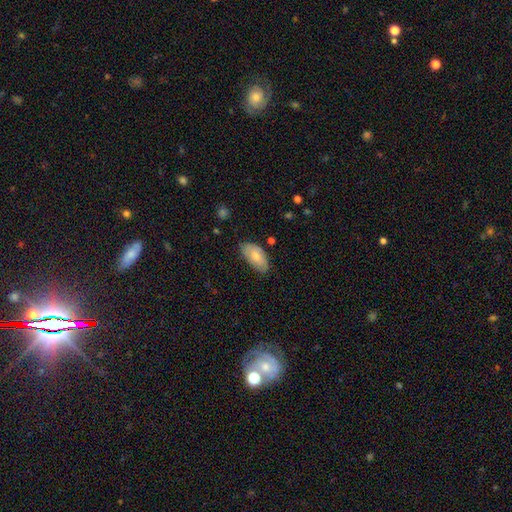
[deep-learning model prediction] Morphology: type=smooth (77%); roundness=in between (94%); merging=none (70%).